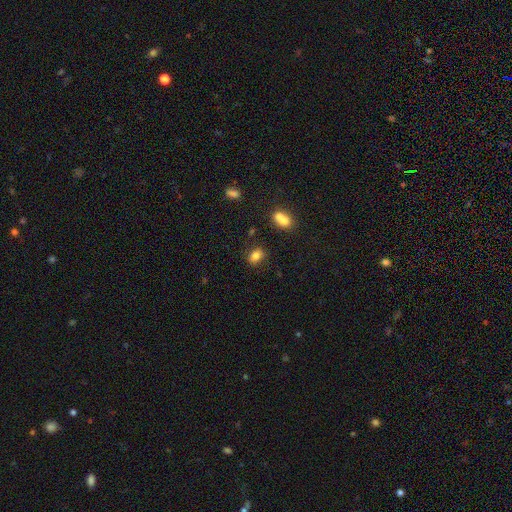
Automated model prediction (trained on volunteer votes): Smooth or featured?
  - smooth: 82% *
  - star or artifact: 11%
  - featured or disk: 7%
How rounded?
  - in between: 73% *
  - round: 25%
  - cigar-shaped: 2%
Merging?
  - none: 77% *
  - minor disturbance: 13%
  - merger: 7%
  - major disturbance: 3%